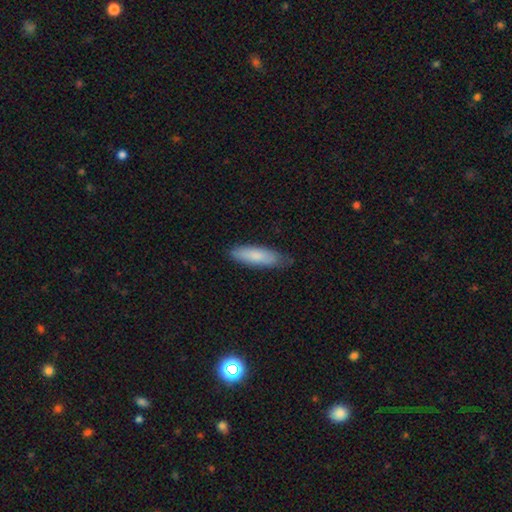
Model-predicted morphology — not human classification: smooth 83%, featured or disk 12%, star or artifact 5%. Down the decision tree: how rounded — cigar-shaped (56%); merging — none (76%).